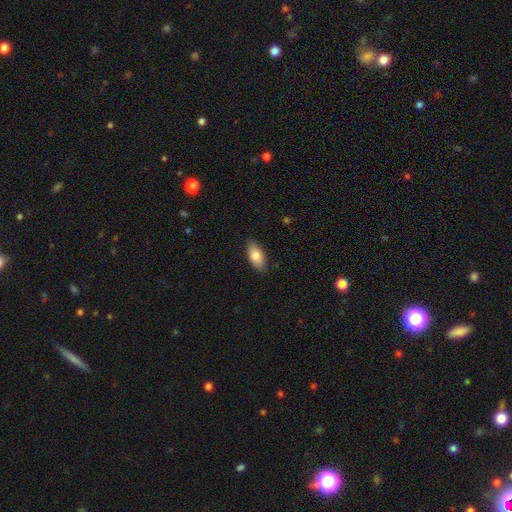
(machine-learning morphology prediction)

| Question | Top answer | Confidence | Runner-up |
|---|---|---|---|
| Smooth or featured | smooth | 81% | featured or disk (12%) |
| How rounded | in between | 90% | cigar-shaped (7%) |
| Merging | none | 86% | minor disturbance (11%) |